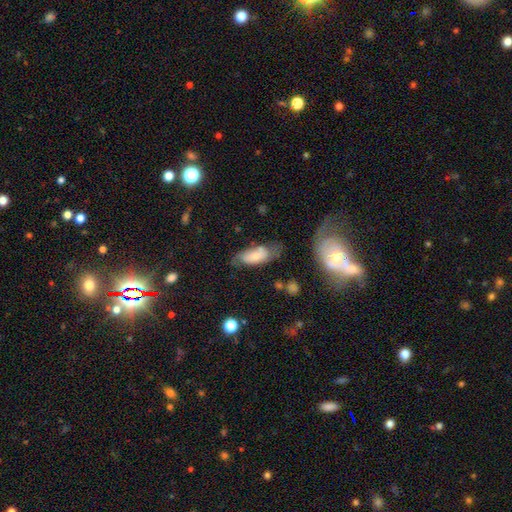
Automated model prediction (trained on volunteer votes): Smooth or featured?
  - smooth: 63% *
  - featured or disk: 29%
  - star or artifact: 8%
How rounded?
  - in between: 81% *
  - cigar-shaped: 16%
  - round: 2%
Merging?
  - none: 51% *
  - minor disturbance: 28%
  - major disturbance: 13%
  - merger: 8%